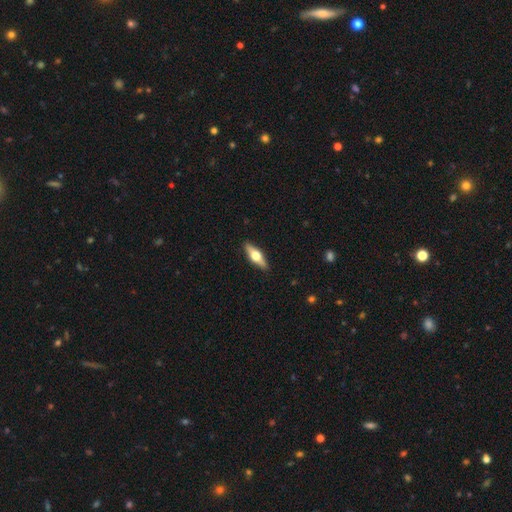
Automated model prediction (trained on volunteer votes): Smooth or featured?
  - featured or disk: 56% *
  - smooth: 38%
  - star or artifact: 6%
Edge-on disk?
  - yes: 93% *
  - no: 7%
Edge-on bulge?
  - rounded: 95% *
  - boxy: 3%
  - none: 1%
Merging?
  - none: 90% *
  - minor disturbance: 8%
  - major disturbance: 2%
  - merger: 1%